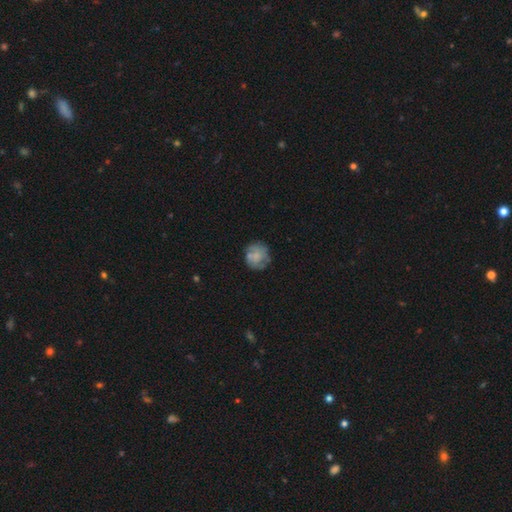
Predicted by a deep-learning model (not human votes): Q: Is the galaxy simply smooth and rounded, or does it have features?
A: smooth — 54%.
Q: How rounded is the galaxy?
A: round — 86%.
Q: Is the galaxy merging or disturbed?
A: none — 67%.